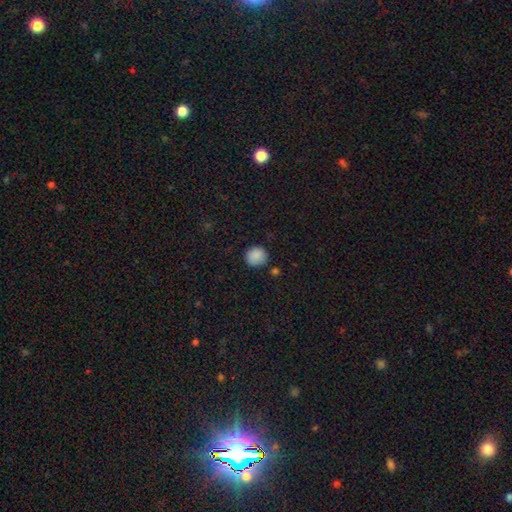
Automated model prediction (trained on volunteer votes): Q: Smooth or featured?
A: smooth (88%); runner-up: star or artifact (9%)
Q: How rounded?
A: round (90%); runner-up: in between (9%)
Q: Merging?
A: none (83%); runner-up: minor disturbance (11%)